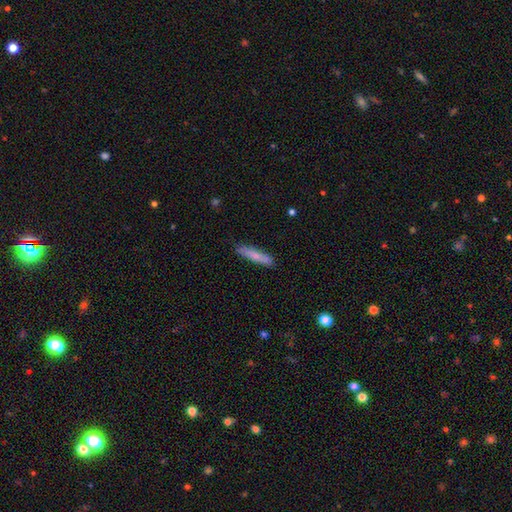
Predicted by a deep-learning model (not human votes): Smooth or featured: smooth — 75% (featured or disk — 19%)
How rounded: cigar-shaped — 89% (in between — 10%)
Merging: none — 86% (minor disturbance — 11%)